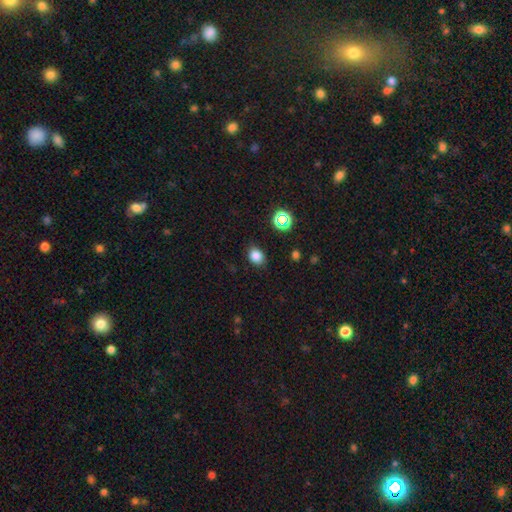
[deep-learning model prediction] Smooth or featured? smooth (80%)
How rounded? in between (62%)
Merging? none (84%)